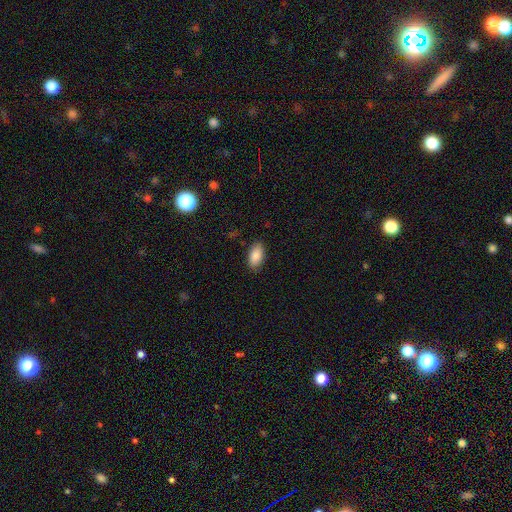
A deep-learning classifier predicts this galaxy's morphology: A smooth galaxy with no disk features (87%) that is in between round and cigar-shaped (94%).

Vote fractions:
- Smooth or featured? smooth: 87% / star or artifact: 7% / featured or disk: 6%
- How rounded? in between: 94% / round: 3% / cigar-shaped: 3%
- Merging? none: 86% / minor disturbance: 10% / major disturbance: 2% / merger: 1%